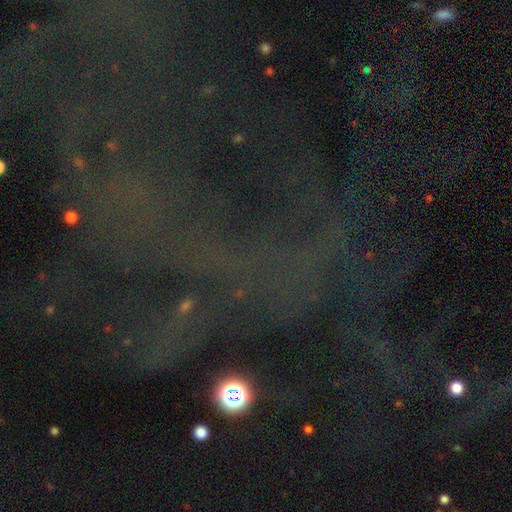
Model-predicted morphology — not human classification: A star or artifact, not a galaxy (75%).

Vote fractions:
- Smooth or featured? star or artifact: 75% / featured or disk: 13% / smooth: 12%